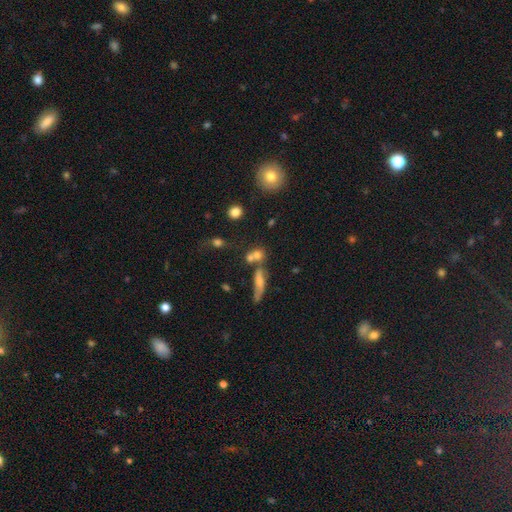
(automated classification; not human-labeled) A smooth galaxy with no disk features (65%) that is round (54%).

Vote fractions:
- Smooth or featured? smooth: 65% / featured or disk: 19% / star or artifact: 16%
- How rounded? round: 54% / in between: 29% / cigar-shaped: 17%
- Merging? none: 42% / merger: 40% / minor disturbance: 12% / major disturbance: 7%